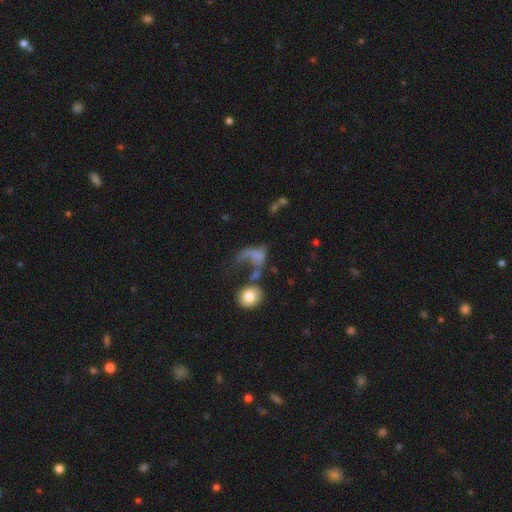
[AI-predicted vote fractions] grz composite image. It shows a smooth galaxy with no disk features (47%). Merging: major disturbance (52%).